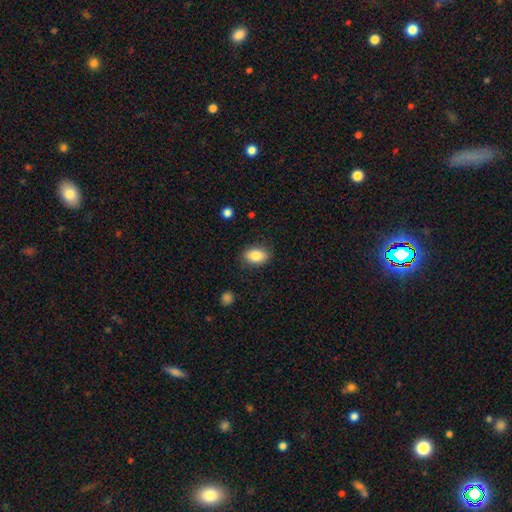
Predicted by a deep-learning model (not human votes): A smooth galaxy with no disk features (84%) that is in between round and cigar-shaped (86%).

Vote fractions:
- Smooth or featured? smooth: 84% / featured or disk: 8% / star or artifact: 8%
- How rounded? in between: 86% / round: 13% / cigar-shaped: 2%
- Merging? none: 85% / minor disturbance: 11% / major disturbance: 3% / merger: 1%